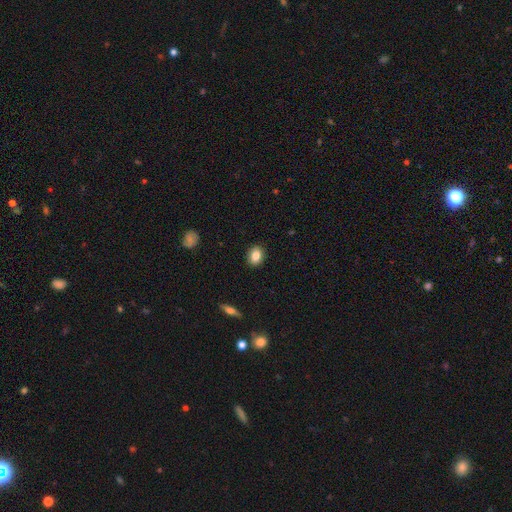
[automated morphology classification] This appears to be a smooth galaxy with no disk features (84%) that is in between round and cigar-shaped (61%). Merging: none (90%).